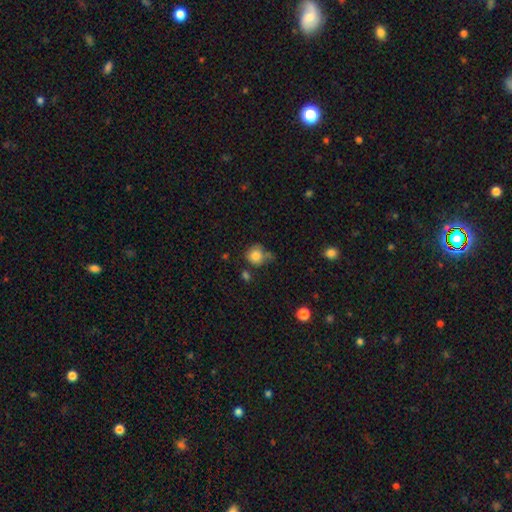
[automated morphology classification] smooth_or_featured: smooth (p=0.81) [alt: star or artifact p=0.10]
how_rounded: round (p=0.82) [alt: in between p=0.17]
merging: none (p=0.52) [alt: minor disturbance p=0.26]